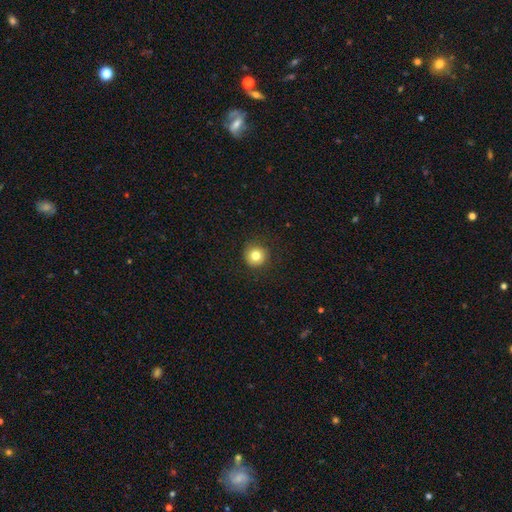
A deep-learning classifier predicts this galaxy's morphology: This appears to be a smooth galaxy with no disk features (81%) that is round (95%). Merging: none (90%).